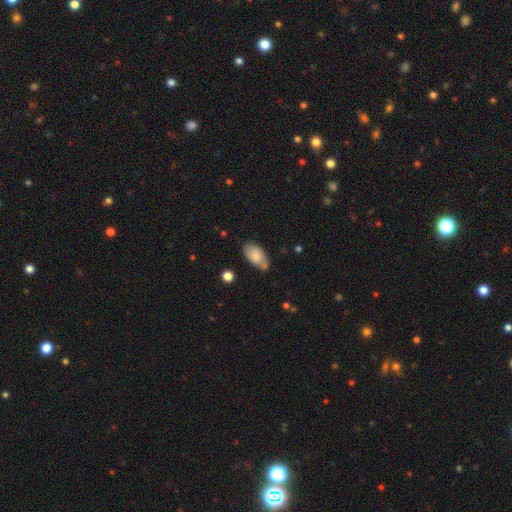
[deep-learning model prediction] The model was most divided on "merging": none: 64%, minor disturbance: 23%, merger: 8%, major disturbance: 5%. More confident: how rounded — in between (93%); smooth or featured — smooth (77%).